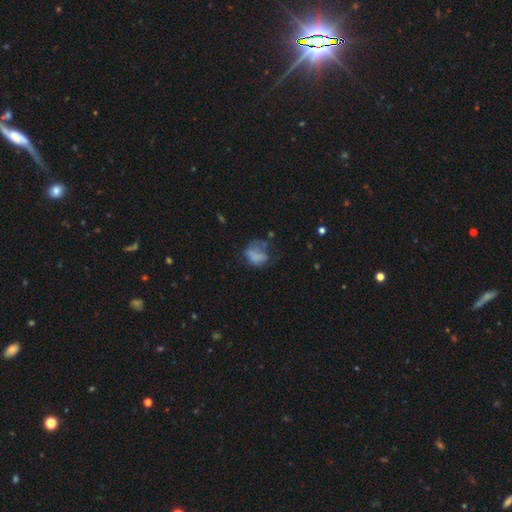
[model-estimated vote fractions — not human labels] Smooth or featured: smooth — 57% (featured or disk — 30%)
How rounded: in between — 61% (round — 38%)
Merging: major disturbance — 35% (none — 33%)